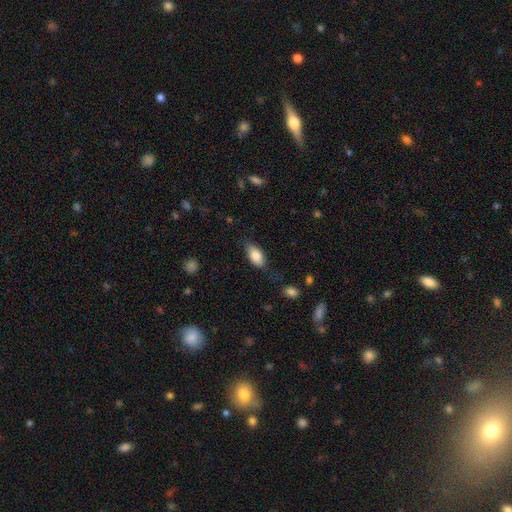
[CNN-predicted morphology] smooth_or_featured: smooth (p=0.81) [alt: featured or disk p=0.12]
how_rounded: in between (p=0.90) [alt: cigar-shaped p=0.06]
merging: none (p=0.73) [alt: minor disturbance p=0.20]